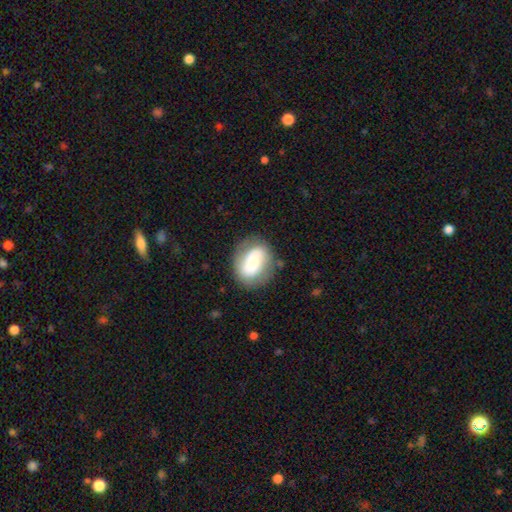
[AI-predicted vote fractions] Q: Smooth or featured?
A: smooth (59%); runner-up: featured or disk (33%)
Q: How rounded?
A: in between (66%); runner-up: round (32%)
Q: Merging?
A: none (67%); runner-up: minor disturbance (21%)